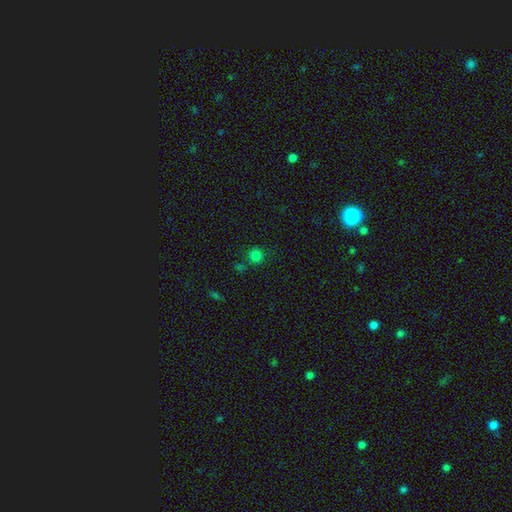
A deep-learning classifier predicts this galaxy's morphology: Smooth or featured? Predicted: smooth (p=0.79). How rounded? Predicted: round (p=0.93). Merging? Predicted: none (p=0.75).